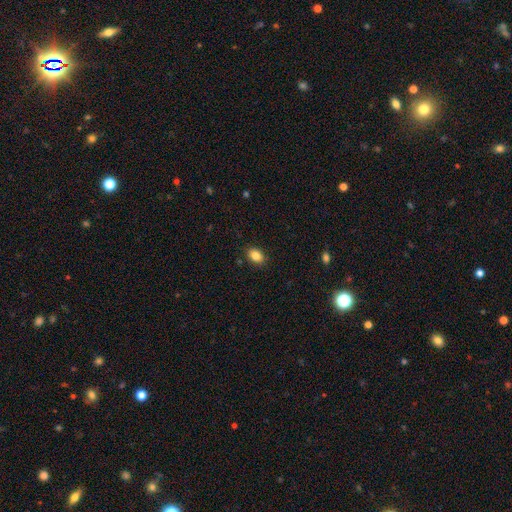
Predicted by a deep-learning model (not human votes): Smooth or featured? smooth (86%)
How rounded? in between (82%)
Merging? none (88%)